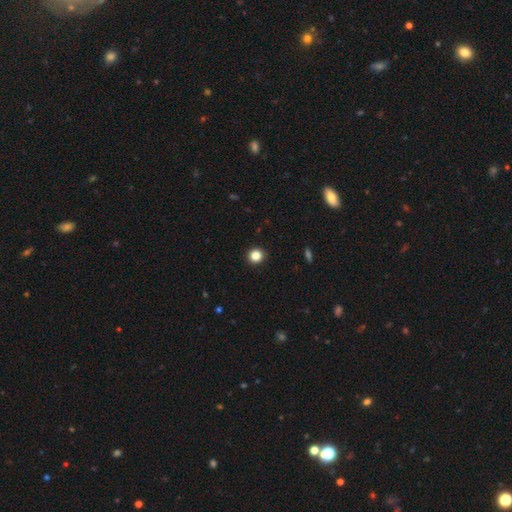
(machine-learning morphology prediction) The model was most divided on "smooth or featured": smooth: 85%, star or artifact: 12%, featured or disk: 3%. More confident: how rounded — round (93%); merging — none (93%).